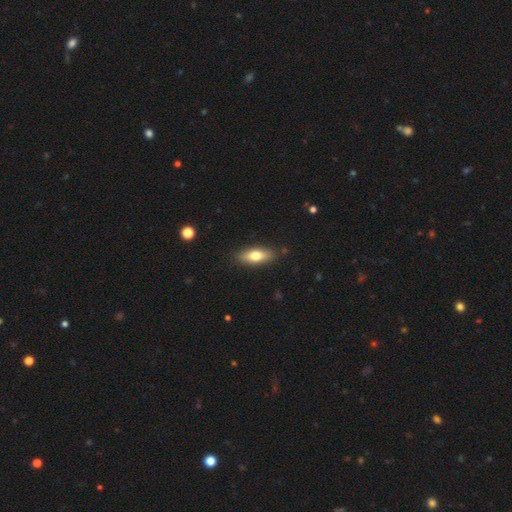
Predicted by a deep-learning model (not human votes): Smooth or featured: smooth — 68% (featured or disk — 25%)
How rounded: in between — 67% (cigar-shaped — 30%)
Merging: none — 87% (minor disturbance — 10%)